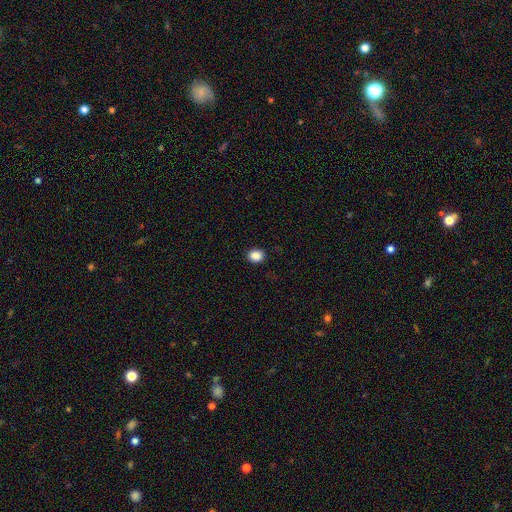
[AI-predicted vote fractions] The model was most divided on "how rounded": round: 59%, in between: 40%, cigar-shaped: 1%. More confident: merging — none (90%); smooth or featured — smooth (88%).